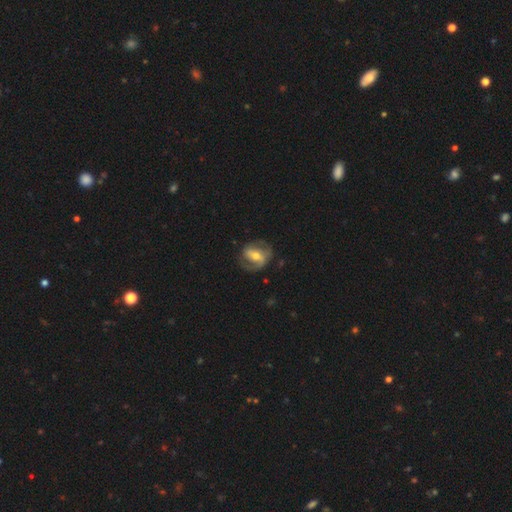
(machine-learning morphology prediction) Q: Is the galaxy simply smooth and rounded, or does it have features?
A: featured or disk — 69%.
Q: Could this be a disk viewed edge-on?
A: no — 96%.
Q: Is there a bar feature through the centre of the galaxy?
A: weak — 38%.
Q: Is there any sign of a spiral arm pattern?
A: yes — 80%.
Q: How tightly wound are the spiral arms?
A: medium — 45%.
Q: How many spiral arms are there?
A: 2 — 72%.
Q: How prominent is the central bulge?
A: moderate — 64%.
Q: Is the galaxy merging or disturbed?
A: none — 65%.